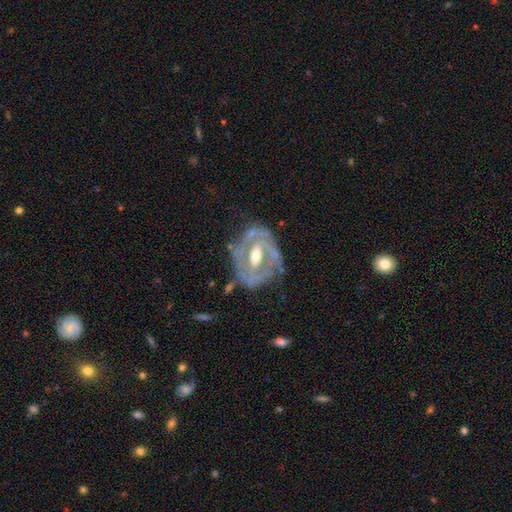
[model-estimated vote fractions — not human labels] Smooth or featured? featured or disk (83%)
Edge-on disk? no (95%)
Bar? weak (43%)
Spiral arms? yes (69%)
Spiral winding? tight (59%)
Spiral arm count? 2 (41%)
Bulge size? moderate (73%)
Merging? none (62%)